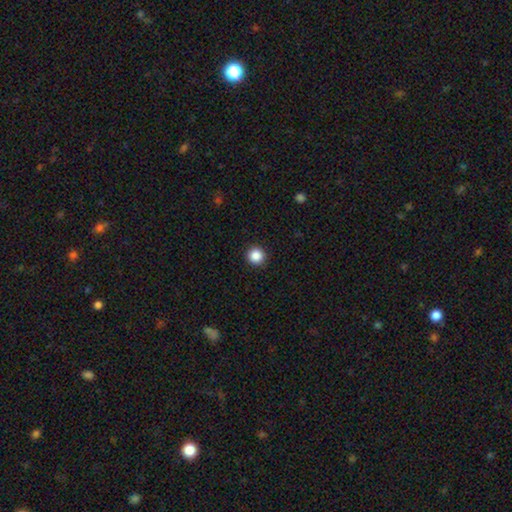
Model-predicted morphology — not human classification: smooth_or_featured: smooth (p=0.87) [alt: star or artifact p=0.10]
how_rounded: round (p=0.96) [alt: in between p=0.03]
merging: none (p=0.93) [alt: minor disturbance p=0.04]